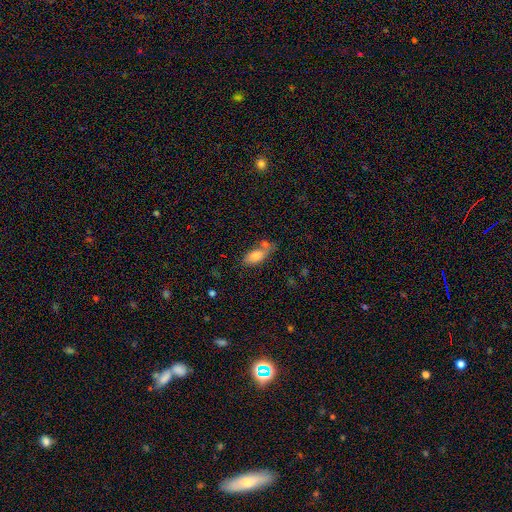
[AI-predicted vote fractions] The model was most divided on "merging": none: 48%, merger: 24%, minor disturbance: 21%, major disturbance: 7%. More confident: how rounded — in between (83%); smooth or featured — smooth (77%).